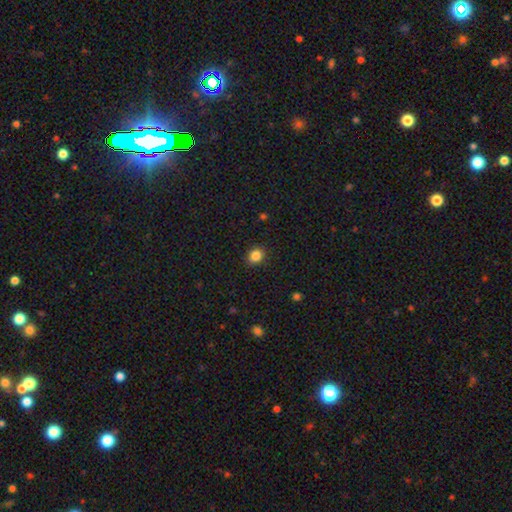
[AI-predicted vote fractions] Q: Smooth or featured?
A: smooth (85%); runner-up: star or artifact (11%)
Q: How rounded?
A: round (70%); runner-up: in between (29%)
Q: Merging?
A: none (90%); runner-up: minor disturbance (7%)